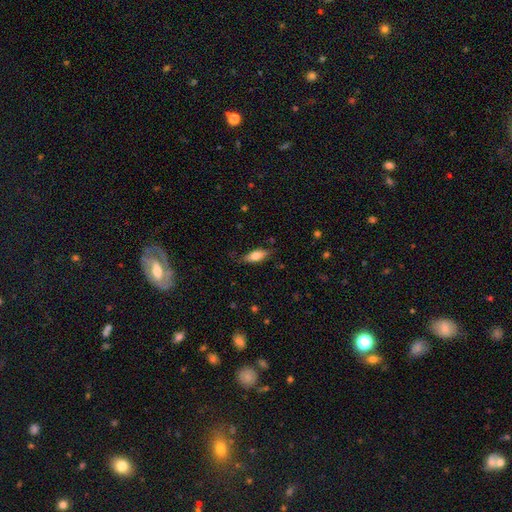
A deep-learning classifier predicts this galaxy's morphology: Smooth or featured?
  - smooth: 72% *
  - featured or disk: 21%
  - star or artifact: 7%
How rounded?
  - in between: 71% *
  - cigar-shaped: 27%
  - round: 3%
Merging?
  - none: 74% *
  - minor disturbance: 20%
  - major disturbance: 5%
  - merger: 1%